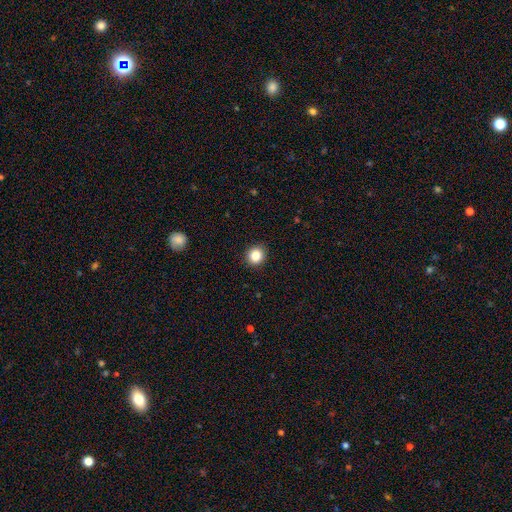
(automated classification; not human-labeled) Overall: smooth (85%). How rounded: round (88%). Merging: none (92%).